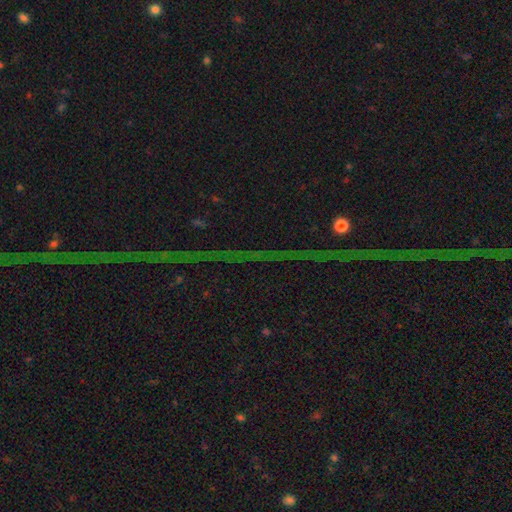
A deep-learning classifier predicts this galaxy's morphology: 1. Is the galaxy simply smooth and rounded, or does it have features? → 84% star or artifact, 9% featured or disk, 7% smooth.